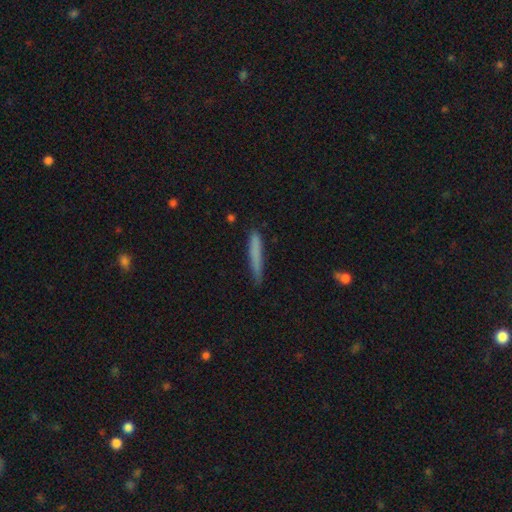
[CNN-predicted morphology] Smooth or featured? smooth (76%)
How rounded? cigar-shaped (95%)
Merging? none (77%)